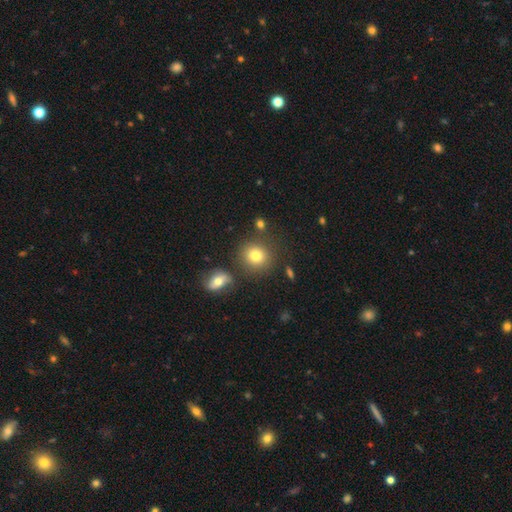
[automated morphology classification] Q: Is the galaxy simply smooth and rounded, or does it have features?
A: smooth — 78%.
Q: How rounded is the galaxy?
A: round — 83%.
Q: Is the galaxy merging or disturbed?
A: none — 79%.